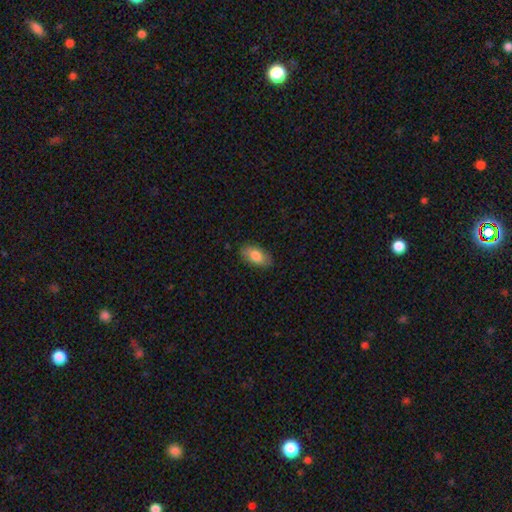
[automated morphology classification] Smooth or featured?
  - smooth: 82% *
  - featured or disk: 11%
  - star or artifact: 7%
How rounded?
  - in between: 92% *
  - round: 4%
  - cigar-shaped: 4%
Merging?
  - none: 85% *
  - minor disturbance: 12%
  - major disturbance: 2%
  - merger: 1%